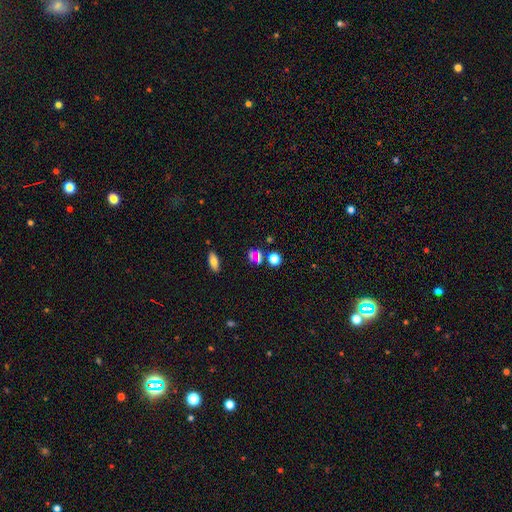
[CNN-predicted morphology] smooth_or_featured: smooth (p=0.55) [alt: star or artifact p=0.30]
how_rounded: round (p=0.67) [alt: in between p=0.29]
merging: none (p=0.55) [alt: merger p=0.26]